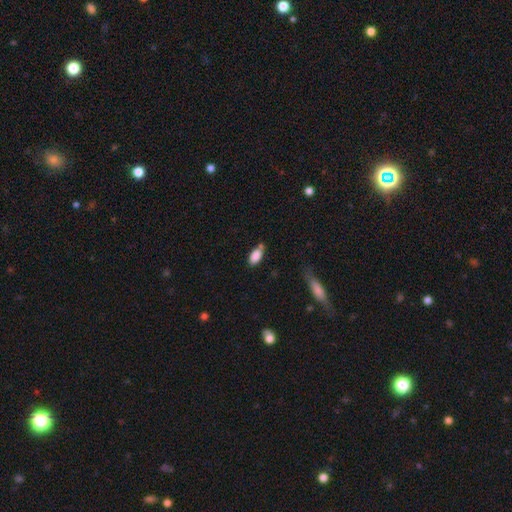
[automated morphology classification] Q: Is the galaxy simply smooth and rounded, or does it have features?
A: smooth — 86%.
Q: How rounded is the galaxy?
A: in between — 91%.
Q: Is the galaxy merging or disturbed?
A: none — 62%.